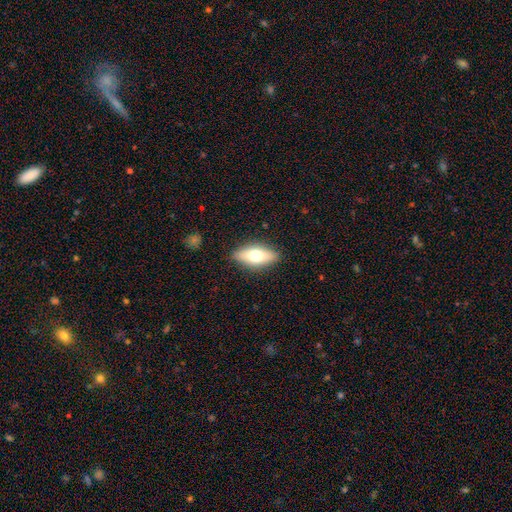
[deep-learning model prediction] smooth-or-featured: smooth: 62% | featured or disk: 31% | star or artifact: 7%
  how-rounded: in between: 80% | cigar-shaped: 16% | round: 4%
  merging: none: 86% | minor disturbance: 10% | major disturbance: 2% | merger: 1%